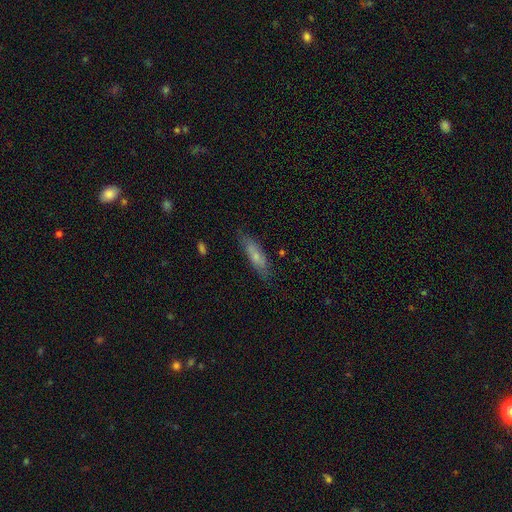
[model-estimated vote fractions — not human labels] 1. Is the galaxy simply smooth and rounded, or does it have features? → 63% smooth, 30% featured or disk, 7% star or artifact.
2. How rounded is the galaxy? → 63% cigar-shaped, 35% in between, 2% round.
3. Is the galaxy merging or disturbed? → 77% none, 18% minor disturbance, 4% major disturbance, 2% merger.